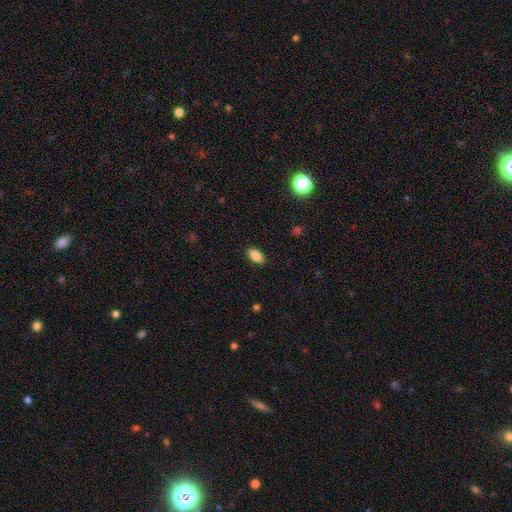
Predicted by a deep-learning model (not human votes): A smooth galaxy with no disk features (85%) that is in between round and cigar-shaped (91%).

Vote fractions:
- Smooth or featured? smooth: 85% / star or artifact: 8% / featured or disk: 6%
- How rounded? in between: 91% / cigar-shaped: 6% / round: 4%
- Merging? none: 89% / minor disturbance: 8% / major disturbance: 2% / merger: 1%